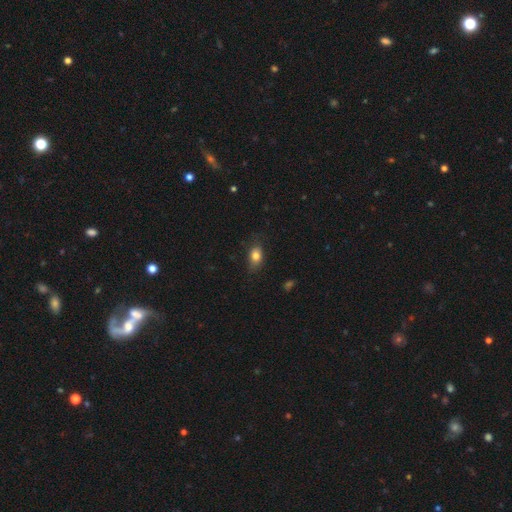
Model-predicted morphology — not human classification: Overall: smooth (80%). How rounded: in between (82%). Merging: none (76%).